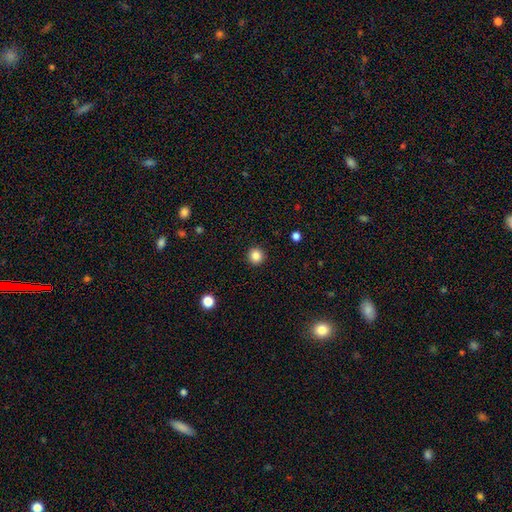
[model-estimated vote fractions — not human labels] Smooth or featured: smooth — 86% (star or artifact — 11%)
How rounded: round — 95% (in between — 4%)
Merging: none — 93% (minor disturbance — 5%)